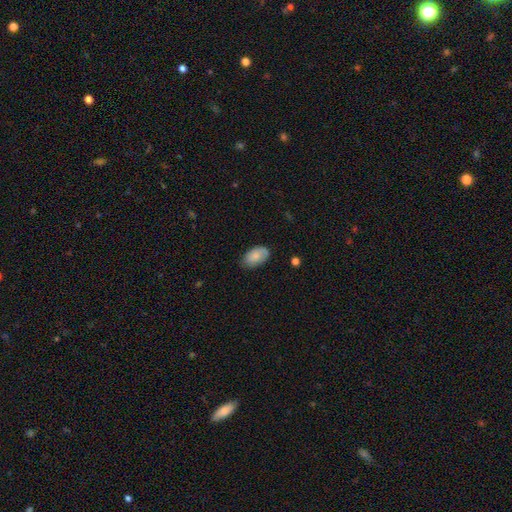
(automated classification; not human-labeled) Q: Smooth or featured?
A: smooth (82%); runner-up: featured or disk (11%)
Q: How rounded?
A: in between (93%); runner-up: round (5%)
Q: Merging?
A: none (74%); runner-up: minor disturbance (21%)